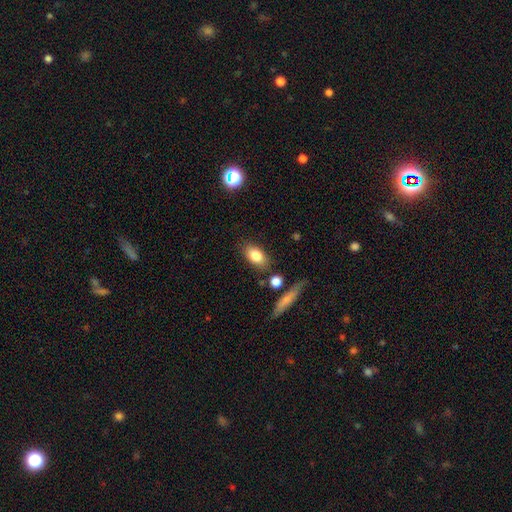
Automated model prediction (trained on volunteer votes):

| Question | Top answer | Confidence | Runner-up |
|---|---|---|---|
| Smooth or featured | smooth | 81% | featured or disk (11%) |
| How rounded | in between | 87% | round (9%) |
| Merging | none | 78% | minor disturbance (13%) |